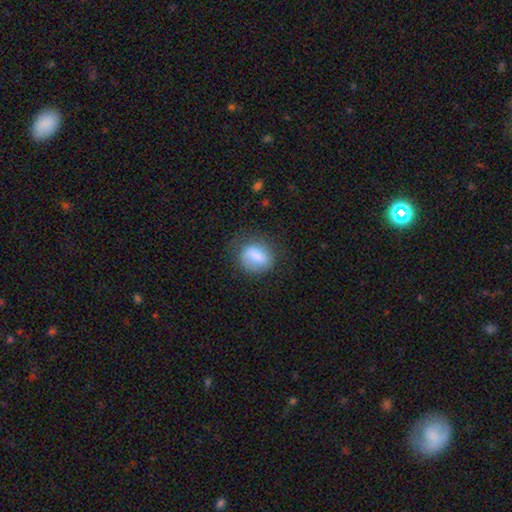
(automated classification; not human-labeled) A smooth galaxy with no disk features (75%) that is round (57%). Merging: none (62%).